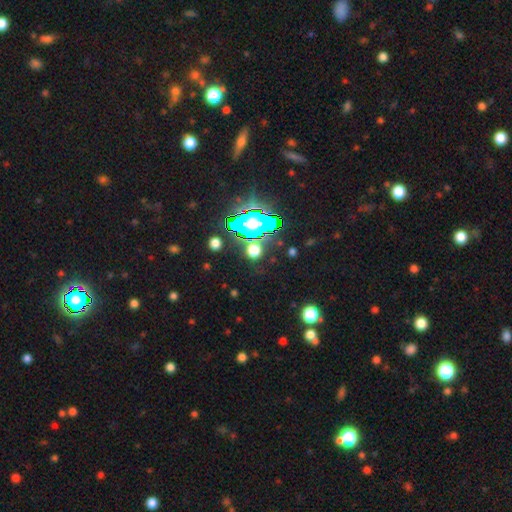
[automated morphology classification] Q: Smooth or featured?
A: star or artifact (83%); runner-up: smooth (10%)